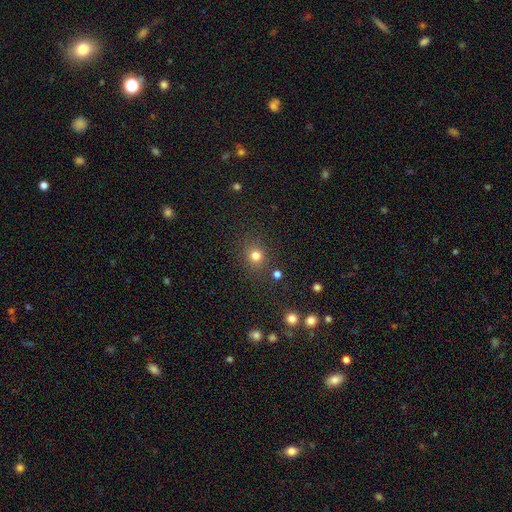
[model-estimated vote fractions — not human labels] This is likely a smooth galaxy (78%). How rounded: clearly round (86%). Merging: clearly none (84%).